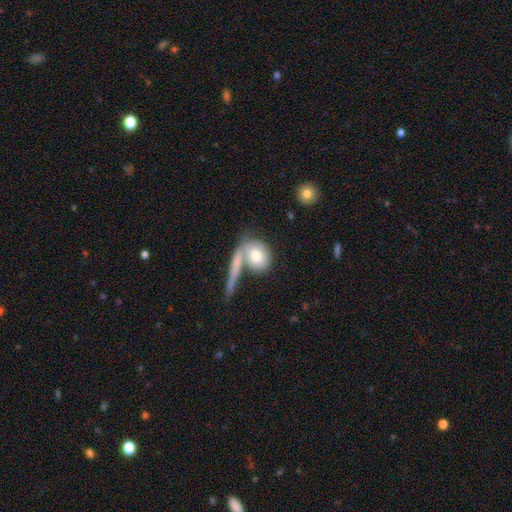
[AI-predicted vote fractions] Morphology: type=smooth (70%); roundness=round (51%); merging=merger (39%, tied with none).